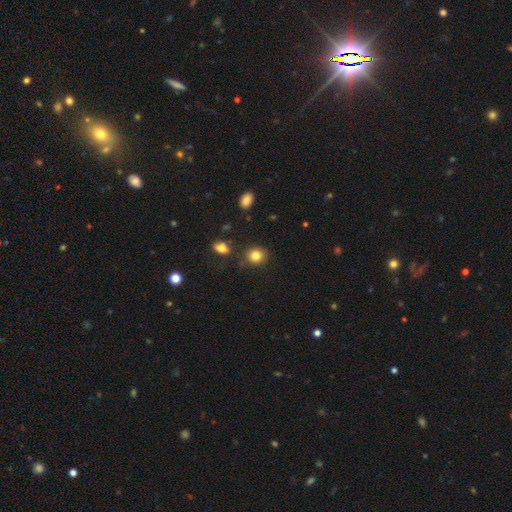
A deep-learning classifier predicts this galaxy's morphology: This appears to be a smooth galaxy with no disk features (83%) that is round (78%). Merging: none (82%).